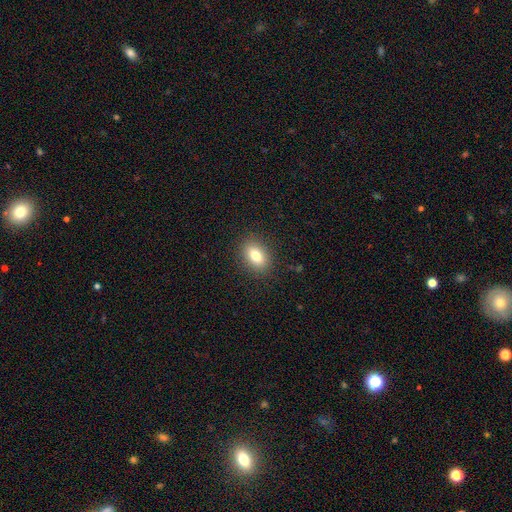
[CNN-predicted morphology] This appears to be a smooth galaxy with no disk features (79%) that is in between round and cigar-shaped (80%). Merging: none (88%).